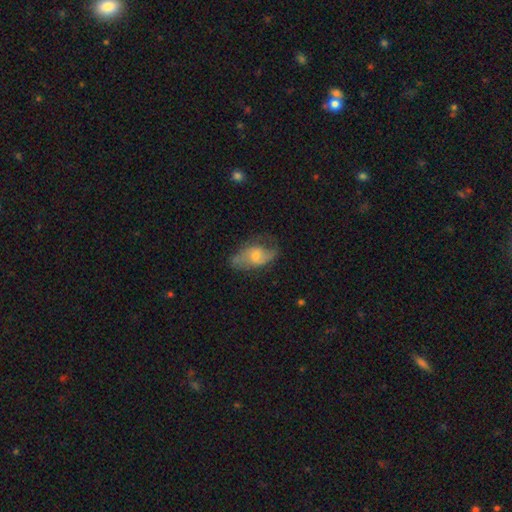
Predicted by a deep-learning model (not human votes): A featured or disk galaxy (60%) with no bar (63%), spiral arms (80%) and a moderate central bulge (48%).

Vote fractions:
- Smooth or featured? featured or disk: 60% / smooth: 33% / star or artifact: 7%
- Edge-on disk? no: 94% / yes: 6%
- Bar? no: 63% / weak: 31% / strong: 6%
- Spiral arms? yes: 80% / no: 20%
- Bulge size? moderate: 48% / small: 44% / large: 4% / none: 3% / dominant: 1%
- Merging? none: 57% / minor disturbance: 27% / major disturbance: 14% / merger: 2%